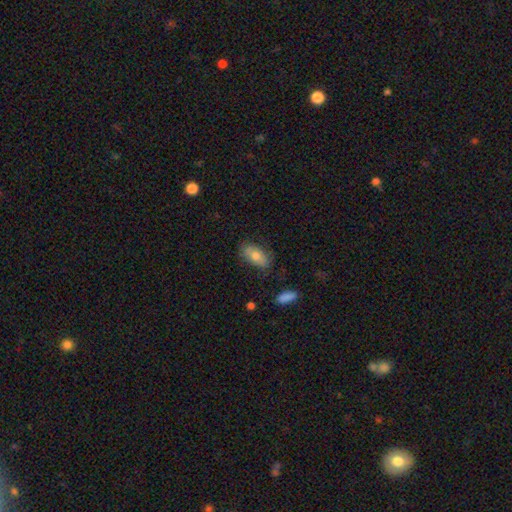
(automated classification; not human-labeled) A smooth galaxy with no disk features (72%) that is in between round and cigar-shaped (89%).

Vote fractions:
- Smooth or featured? smooth: 72% / featured or disk: 21% / star or artifact: 7%
- How rounded? in between: 89% / cigar-shaped: 6% / round: 5%
- Merging? none: 78% / minor disturbance: 16% / major disturbance: 4% / merger: 2%